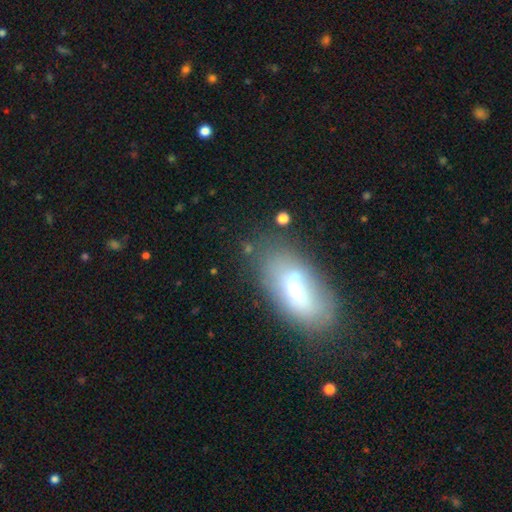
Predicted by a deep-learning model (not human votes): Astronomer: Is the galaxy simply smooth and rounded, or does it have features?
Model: smooth — 56% (runner-up: featured or disk, 32%).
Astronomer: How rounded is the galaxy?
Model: in between — 85%.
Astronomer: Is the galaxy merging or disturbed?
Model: none — 70%.